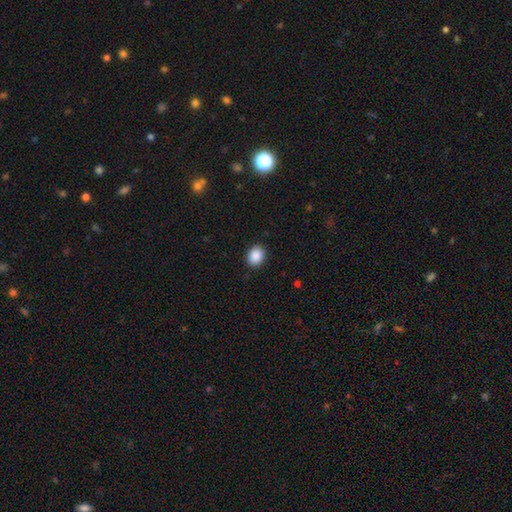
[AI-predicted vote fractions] Morphology: type=smooth (89%); roundness=in between (51%); merging=none (90%).